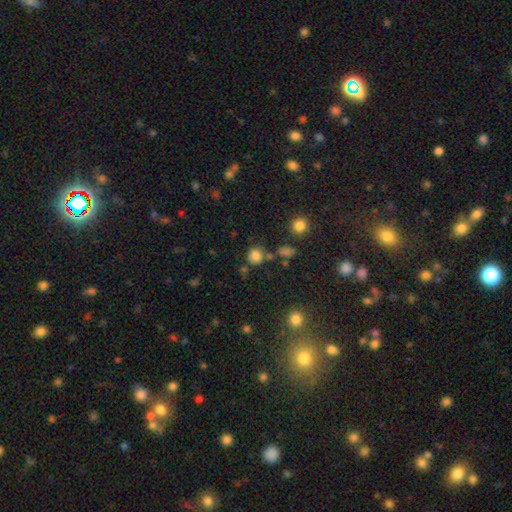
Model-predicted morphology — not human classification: Smooth or featured? Predicted: smooth (p=0.80). How rounded? Predicted: round (p=0.83). Merging? Predicted: none (p=0.69).